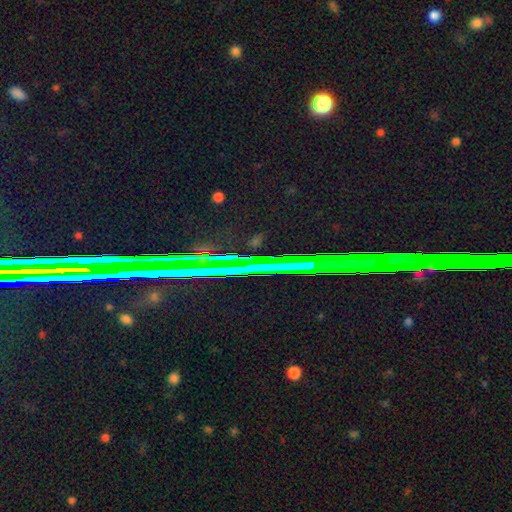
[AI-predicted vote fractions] Overall: star or artifact (76%).